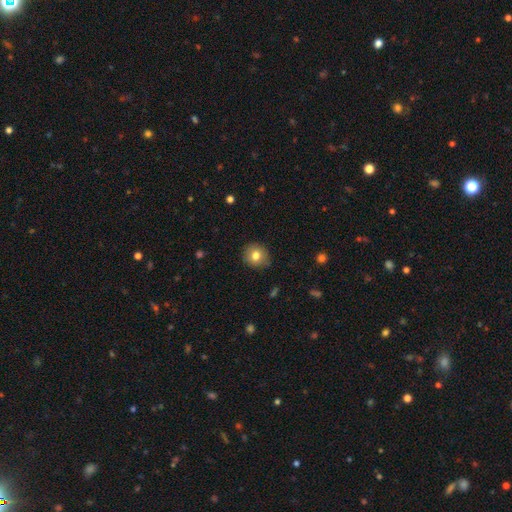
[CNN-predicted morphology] Overall: smooth (79%). How rounded: round (84%). Merging: none (85%).